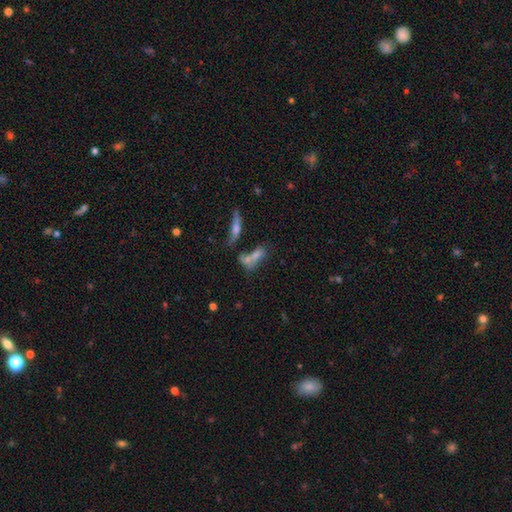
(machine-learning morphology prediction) A smooth galaxy with no disk features (56%) that is in between round and cigar-shaped (65%). Merging: merger (51%).